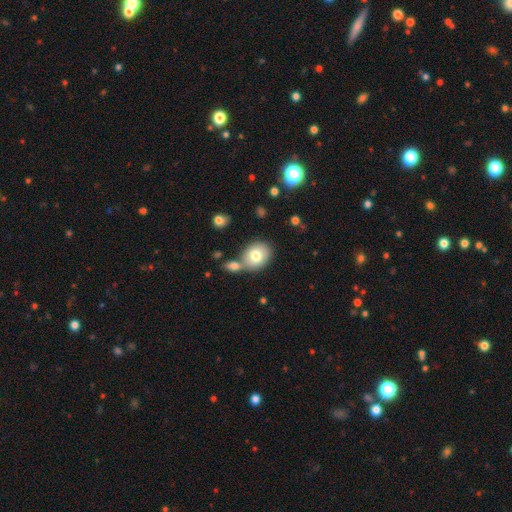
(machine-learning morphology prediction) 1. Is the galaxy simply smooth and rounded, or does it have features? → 75% smooth, 17% featured or disk, 8% star or artifact.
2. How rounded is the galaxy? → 55% round, 44% in between, 1% cigar-shaped.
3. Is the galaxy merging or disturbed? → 57% none, 26% merger, 13% minor disturbance, 4% major disturbance.